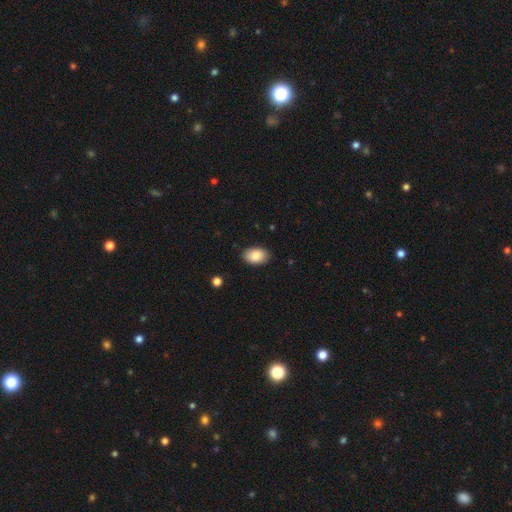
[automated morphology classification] A smooth galaxy with no disk features (87%) that is in between round and cigar-shaped (90%).

Vote fractions:
- Smooth or featured? smooth: 87% / star or artifact: 7% / featured or disk: 6%
- How rounded? in between: 90% / round: 9% / cigar-shaped: 1%
- Merging? none: 88% / minor disturbance: 9% / major disturbance: 2% / merger: 1%